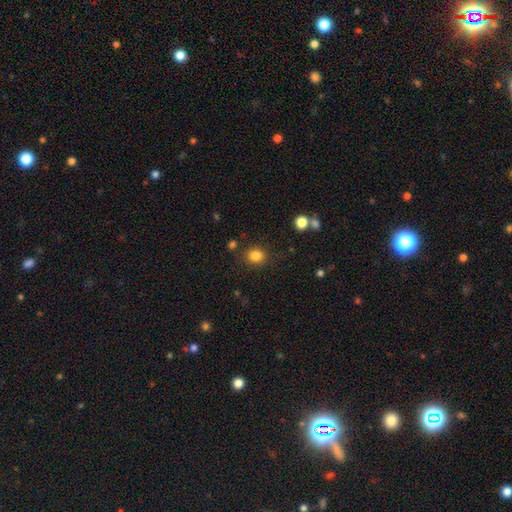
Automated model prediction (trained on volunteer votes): Smooth or featured?
  - smooth: 84% *
  - star or artifact: 11%
  - featured or disk: 5%
How rounded?
  - round: 76% *
  - in between: 23%
  - cigar-shaped: 1%
Merging?
  - none: 85% *
  - minor disturbance: 9%
  - major disturbance: 3%
  - merger: 3%